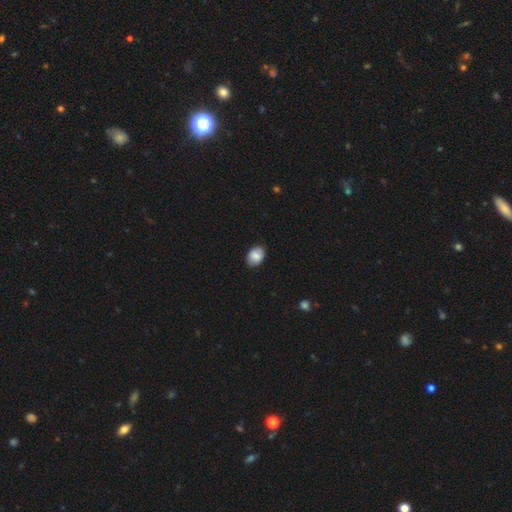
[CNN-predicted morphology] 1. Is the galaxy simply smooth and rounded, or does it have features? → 83% smooth, 10% featured or disk, 7% star or artifact.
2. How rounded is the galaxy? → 78% in between, 21% round, 1% cigar-shaped.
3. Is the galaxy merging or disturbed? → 86% none, 11% minor disturbance, 2% major disturbance, 1% merger.